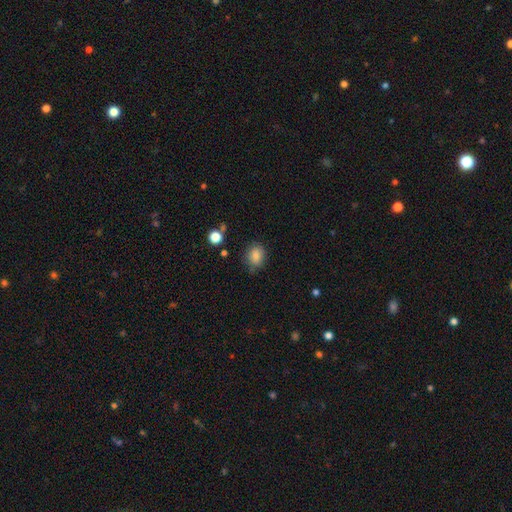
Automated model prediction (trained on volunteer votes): Q: Smooth or featured?
A: smooth (83%); runner-up: star or artifact (10%)
Q: How rounded?
A: round (51%); runner-up: in between (48%)
Q: Merging?
A: none (77%); runner-up: minor disturbance (17%)